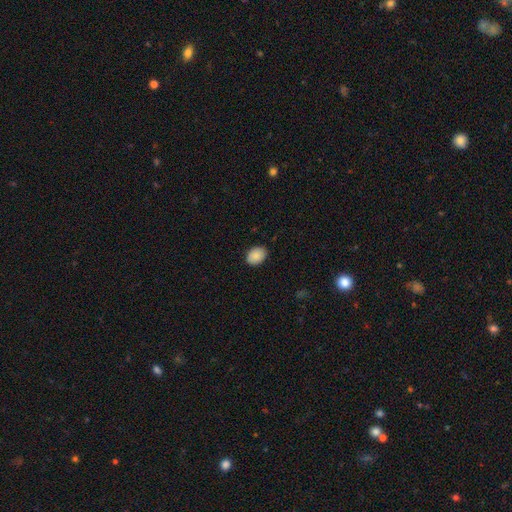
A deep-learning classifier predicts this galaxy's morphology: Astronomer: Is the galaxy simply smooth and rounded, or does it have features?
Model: smooth — 88%.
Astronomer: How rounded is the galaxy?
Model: in between — 73%.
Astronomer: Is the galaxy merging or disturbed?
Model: none — 86%.